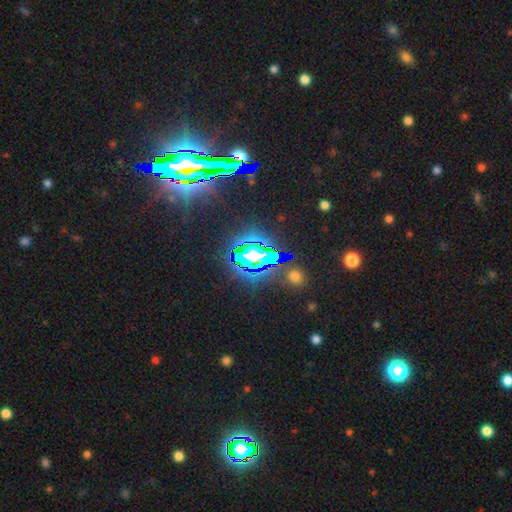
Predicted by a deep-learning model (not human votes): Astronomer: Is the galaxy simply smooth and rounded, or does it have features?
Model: star or artifact — 70%.